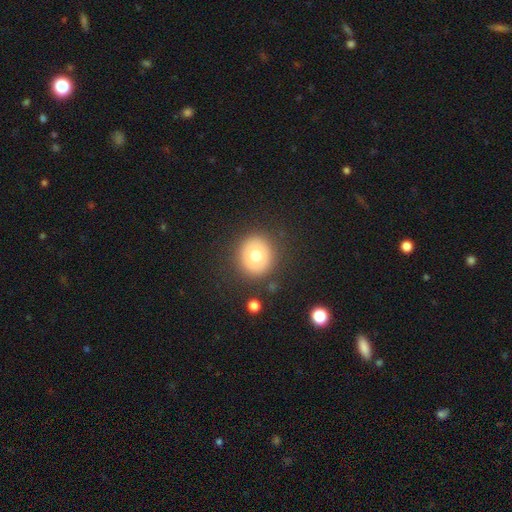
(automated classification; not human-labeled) Smooth or featured: smooth — 72% (featured or disk — 17%)
How rounded: round — 86% (in between — 13%)
Merging: none — 86% (minor disturbance — 8%)